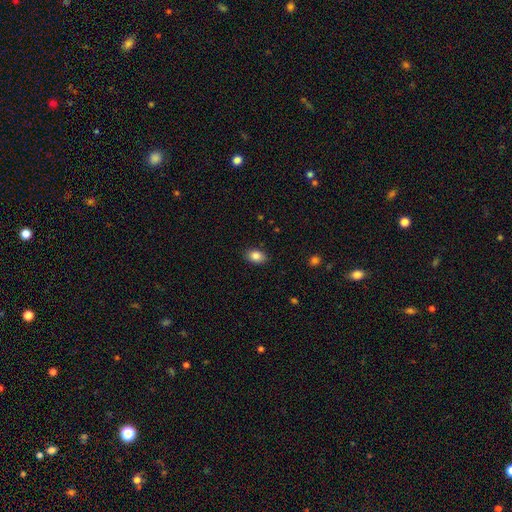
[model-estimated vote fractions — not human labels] A smooth galaxy with no disk features (86%) that is in between round and cigar-shaped (83%). Merging: none (87%).